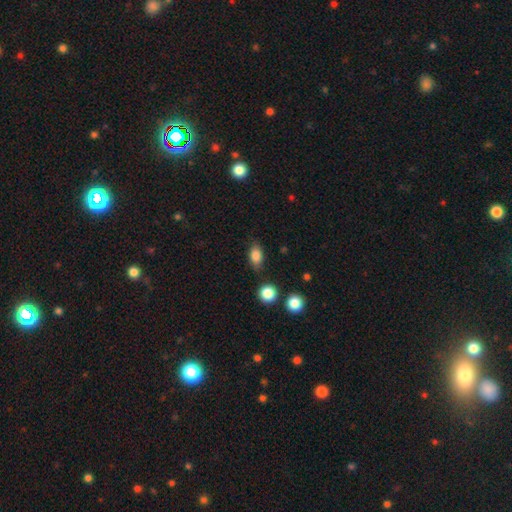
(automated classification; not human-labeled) Q: Smooth or featured?
A: smooth (85%); runner-up: star or artifact (9%)
Q: How rounded?
A: in between (84%); runner-up: round (13%)
Q: Merging?
A: none (80%); runner-up: minor disturbance (13%)